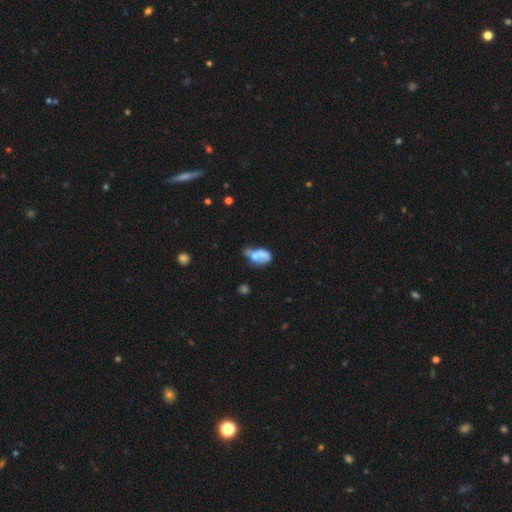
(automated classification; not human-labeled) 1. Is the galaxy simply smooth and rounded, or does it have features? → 59% smooth, 30% featured or disk, 11% star or artifact.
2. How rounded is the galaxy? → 82% in between, 13% round, 5% cigar-shaped.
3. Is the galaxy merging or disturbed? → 45% merger, 19% none, 19% major disturbance, 18% minor disturbance.